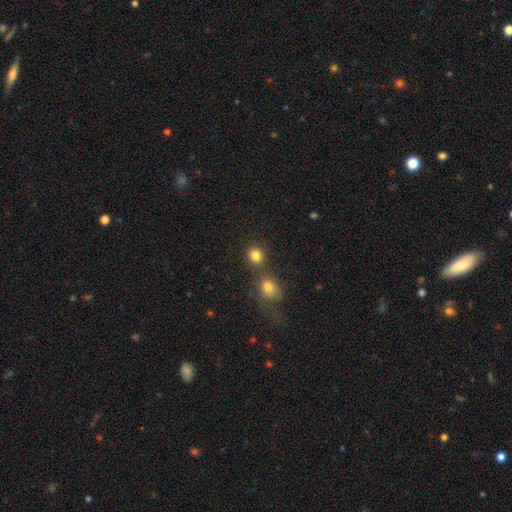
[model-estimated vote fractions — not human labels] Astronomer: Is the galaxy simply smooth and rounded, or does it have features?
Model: smooth — 82%.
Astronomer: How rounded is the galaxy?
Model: round — 78%.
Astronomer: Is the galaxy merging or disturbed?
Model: none — 62%.